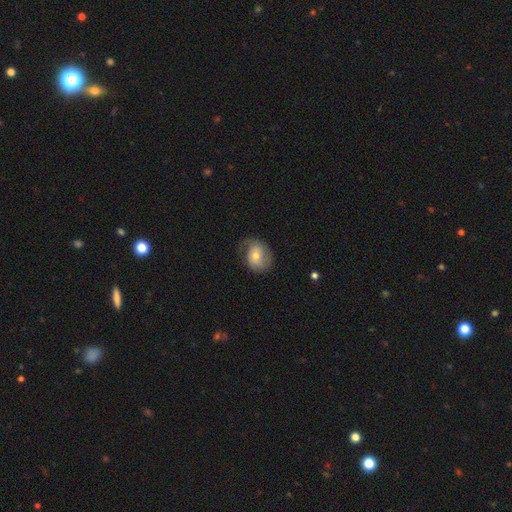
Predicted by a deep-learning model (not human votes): Smooth or featured: featured or disk — 48% (smooth — 45%)
Merging: none — 56% (minor disturbance — 27%)